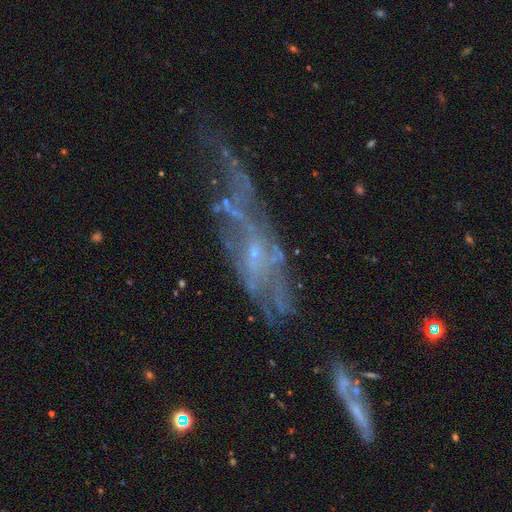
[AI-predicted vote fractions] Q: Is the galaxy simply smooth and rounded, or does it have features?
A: featured or disk — 71%.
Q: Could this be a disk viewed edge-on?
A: no — 83%.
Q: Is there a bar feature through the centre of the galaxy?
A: no — 67%.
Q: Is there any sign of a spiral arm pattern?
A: yes — 56%.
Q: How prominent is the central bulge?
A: small — 73%.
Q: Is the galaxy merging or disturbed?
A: major disturbance — 36%.